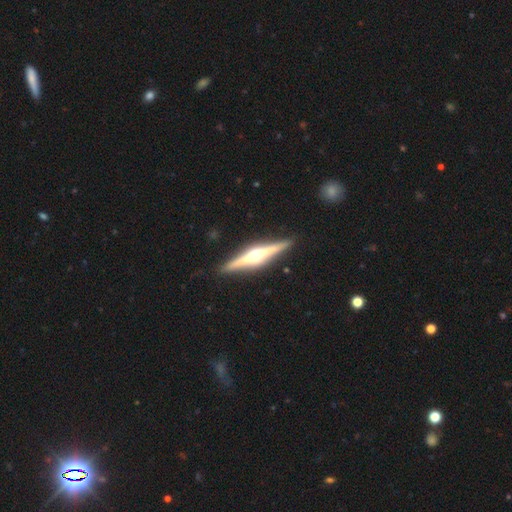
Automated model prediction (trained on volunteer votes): Smooth or featured? Predicted: featured or disk (p=0.82). Edge-on disk? Predicted: yes (p=0.98). Edge-on bulge? Predicted: rounded (p=0.94). Merging? Predicted: none (p=0.91).